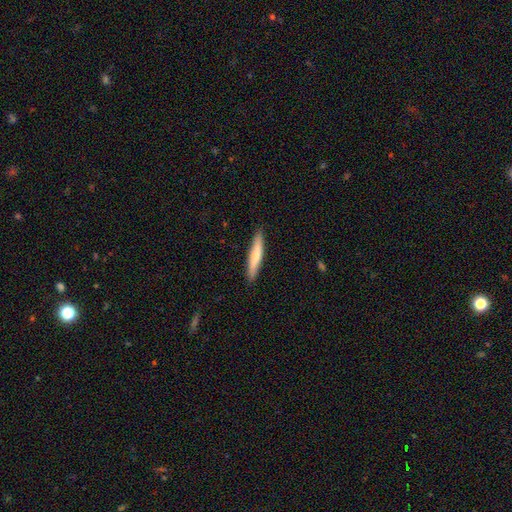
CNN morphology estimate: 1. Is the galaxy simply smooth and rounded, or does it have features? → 68% smooth, 27% featured or disk, 5% star or artifact.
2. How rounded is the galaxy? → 92% cigar-shaped, 7% in between, 1% round.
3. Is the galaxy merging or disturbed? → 89% none, 8% minor disturbance, 2% major disturbance, 1% merger.